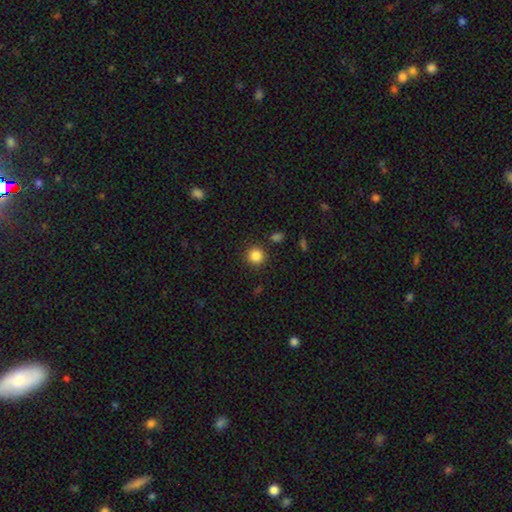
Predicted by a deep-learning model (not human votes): Smooth or featured? Predicted: smooth (p=0.85). How rounded? Predicted: round (p=0.93). Merging? Predicted: none (p=0.88).